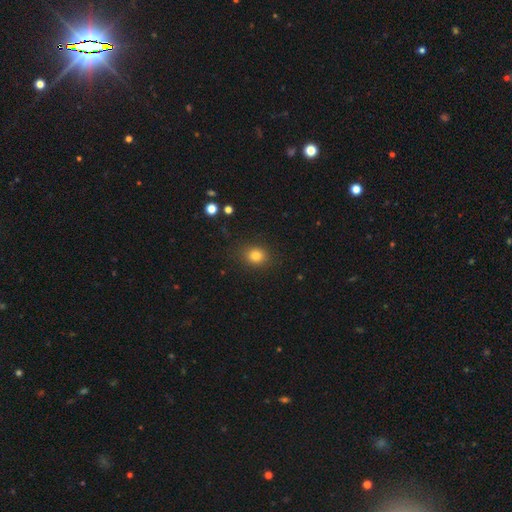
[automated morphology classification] smooth 82%, star or artifact 12%, featured or disk 6%. Down the decision tree: how rounded — round (59%); merging — none (86%).